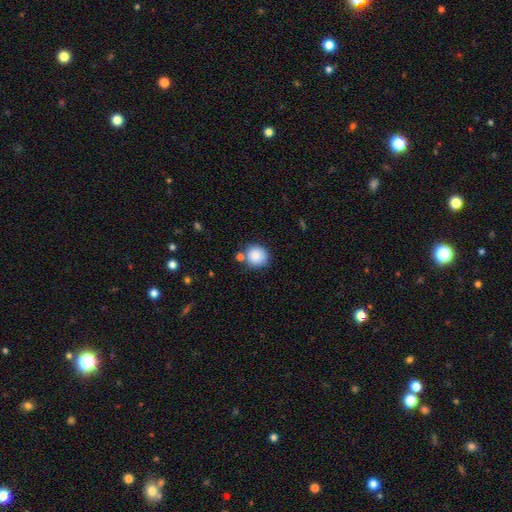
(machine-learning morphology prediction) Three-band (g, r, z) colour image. It shows a smooth galaxy with no disk features (86%) that is round (87%). Merging: none (73%).